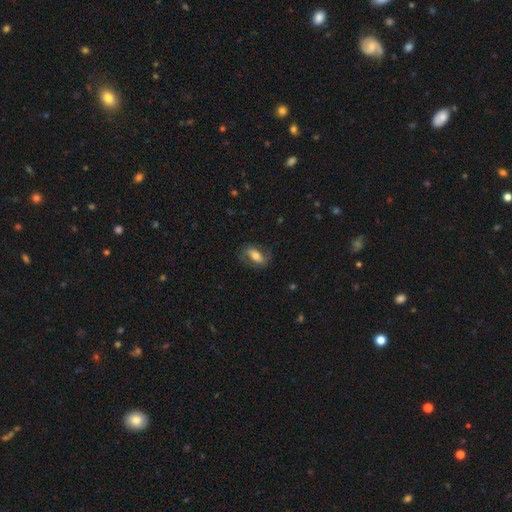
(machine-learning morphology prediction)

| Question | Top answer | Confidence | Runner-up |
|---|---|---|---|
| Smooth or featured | smooth | 50% | featured or disk (43%) |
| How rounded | in between | 82% | cigar-shaped (12%) |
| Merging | none | 70% | minor disturbance (19%) |